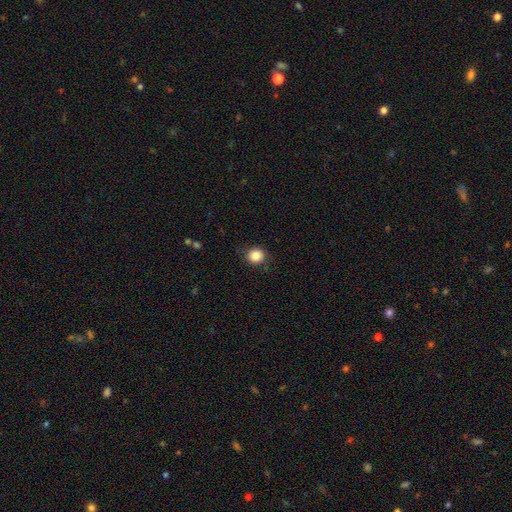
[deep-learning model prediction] Smooth or featured? Predicted: smooth (p=0.84). How rounded? Predicted: round (p=0.82). Merging? Predicted: none (p=0.87).